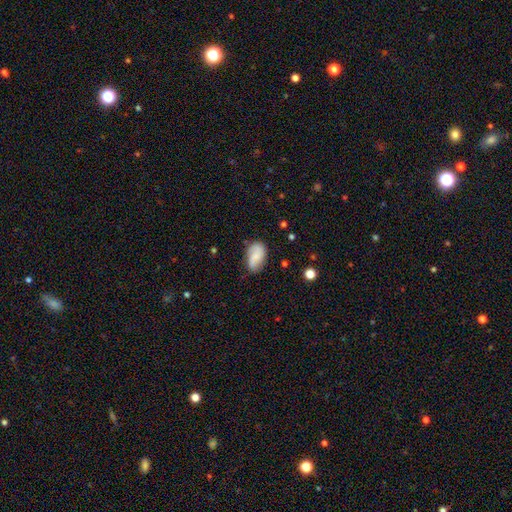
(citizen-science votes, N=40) Smooth or featured? smooth (62%)
How rounded? in between (92%)
Merging? none (51%)